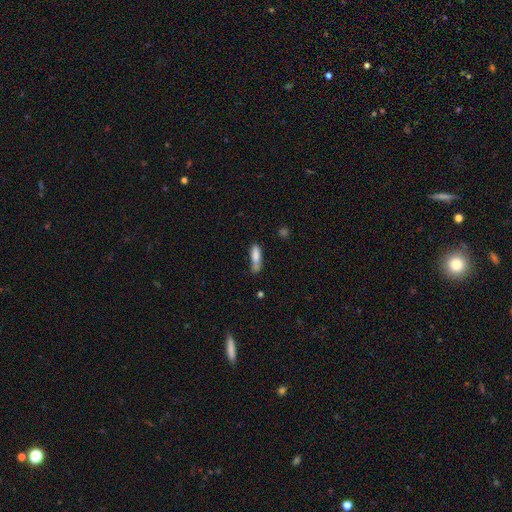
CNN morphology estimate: This is likely a smooth galaxy (80%). How rounded: possibly cigar-shaped (59%). Merging: possibly none (48%).